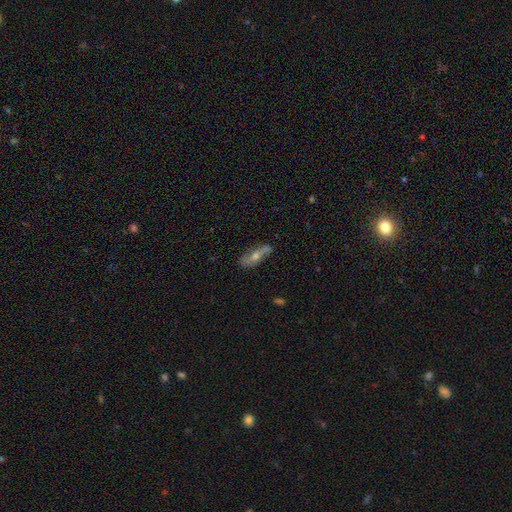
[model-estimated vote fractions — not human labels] The model was most divided on "smooth or featured": featured or disk: 59%, smooth: 31%, star or artifact: 10%. More confident: merging — none (74%); edge-on disk — no (65%).